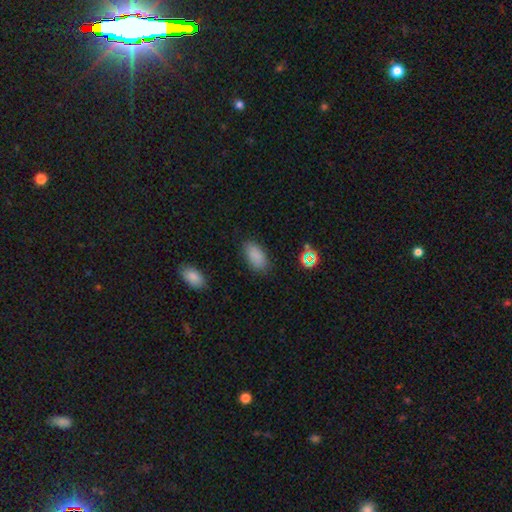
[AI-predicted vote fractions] The model was most divided on "merging": none: 81%, minor disturbance: 13%, major disturbance: 4%, merger: 2%. More confident: how rounded — in between (93%); smooth or featured — smooth (85%).